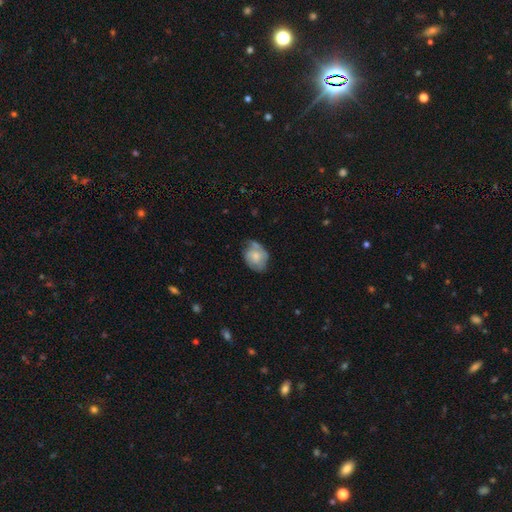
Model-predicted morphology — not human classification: A smooth galaxy with no disk features (49%). Merging: none (48%).